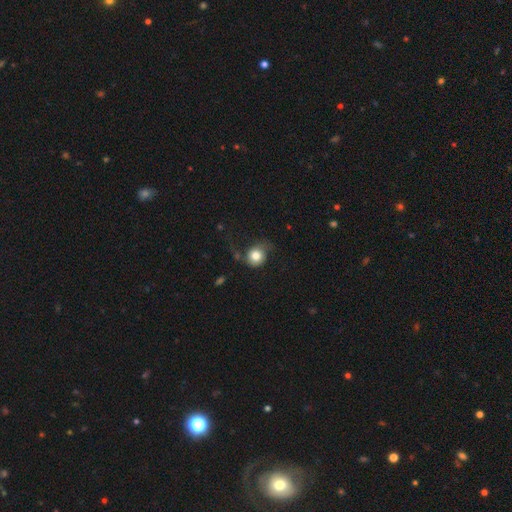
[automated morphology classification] The model was most divided on "merging": none: 50%, minor disturbance: 26%, major disturbance: 20%, merger: 4%. More confident: how rounded — round (81%); smooth or featured — smooth (78%).